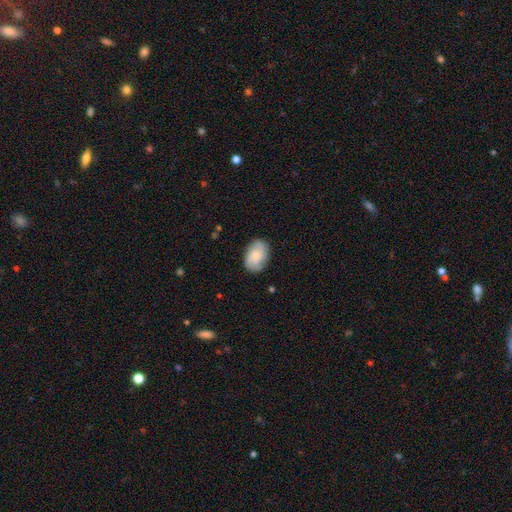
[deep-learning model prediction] Smooth or featured? smooth (63%)
How rounded? in between (83%)
Merging? none (78%)